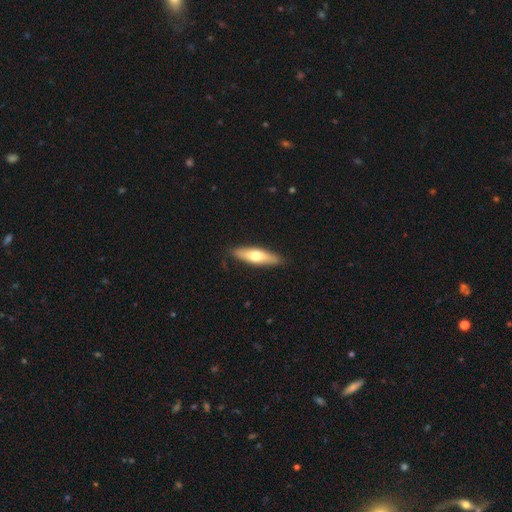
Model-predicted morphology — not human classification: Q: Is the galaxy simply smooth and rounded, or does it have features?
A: smooth — 58%.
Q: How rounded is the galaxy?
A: cigar-shaped — 58%.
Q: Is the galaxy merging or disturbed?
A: none — 87%.